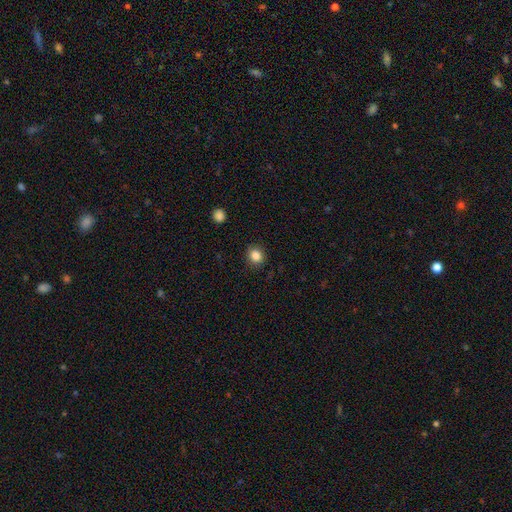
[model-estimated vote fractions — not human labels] Overall: smooth (85%). How rounded: round (79%). Merging: none (89%).